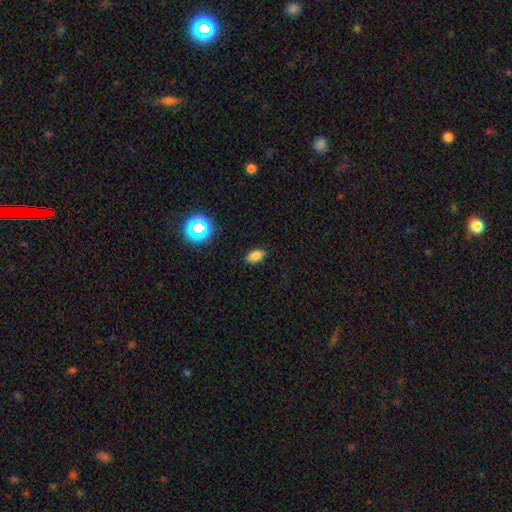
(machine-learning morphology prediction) Smooth or featured: smooth — 80% (star or artifact — 14%)
How rounded: in between — 90% (round — 7%)
Merging: none — 87% (minor disturbance — 10%)